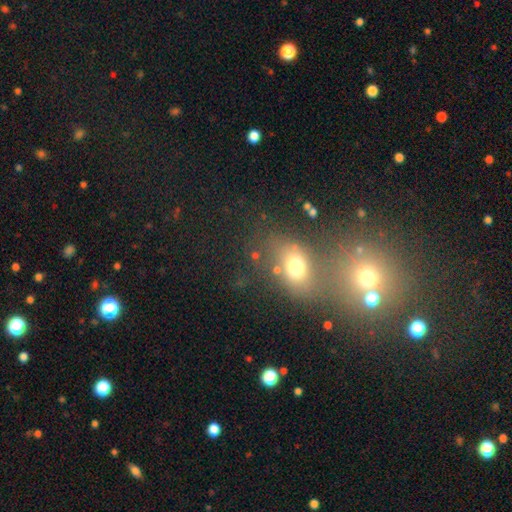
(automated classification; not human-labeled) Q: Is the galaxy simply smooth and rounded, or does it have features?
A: smooth — 58%.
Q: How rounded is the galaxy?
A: in between — 58%.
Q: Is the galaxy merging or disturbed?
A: none — 50%.